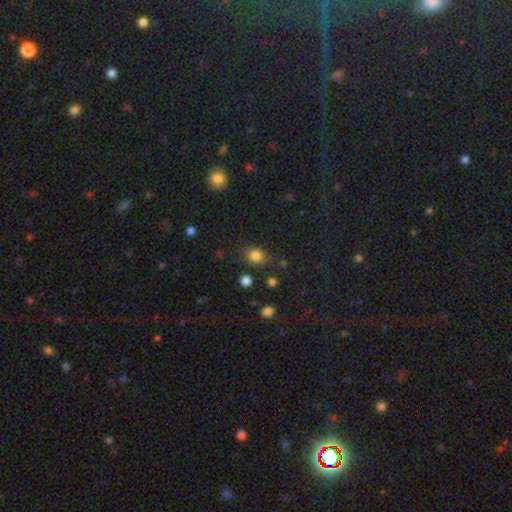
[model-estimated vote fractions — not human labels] smooth 82%, star or artifact 13%, featured or disk 5%. Down the decision tree: how rounded — round (57%); merging — none (78%).